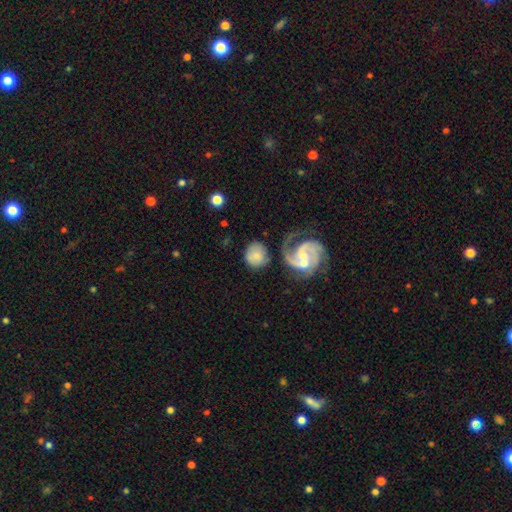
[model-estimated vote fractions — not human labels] This is possibly a smooth galaxy (55%). How rounded: clearly round (80%). Merging: possibly none (56%).